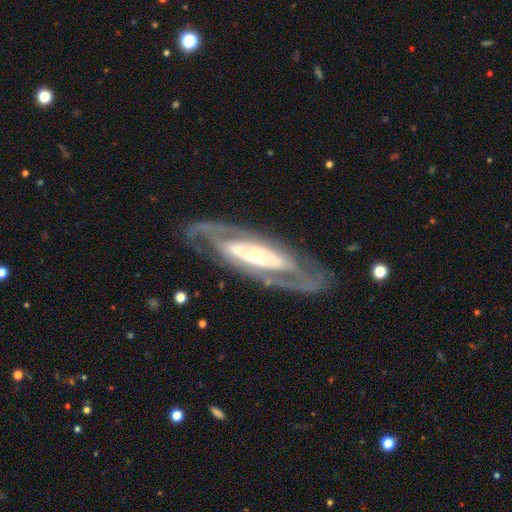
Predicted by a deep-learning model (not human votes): Smooth or featured? featured or disk (83%)
Edge-on disk? no (84%)
Bar? no (58%)
Spiral arms? yes (74%)
Spiral winding? tight (52%)
Spiral arm count? 2 (63%)
Bulge size? small (54%)
Merging? none (77%)